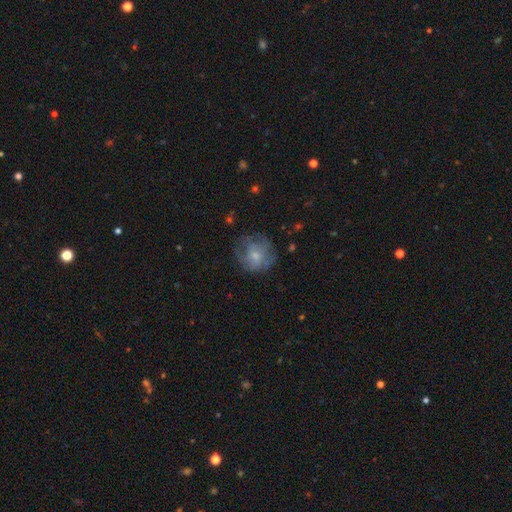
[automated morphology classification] Smooth or featured? Predicted: smooth (p=0.56). How rounded? Predicted: round (p=0.81). Merging? Predicted: none (p=0.56).